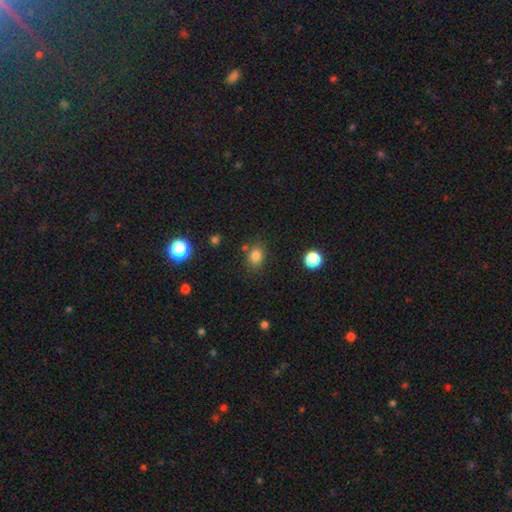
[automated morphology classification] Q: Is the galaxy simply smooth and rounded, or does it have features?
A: smooth — 80%.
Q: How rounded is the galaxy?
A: round — 51%.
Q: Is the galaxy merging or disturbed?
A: none — 75%.